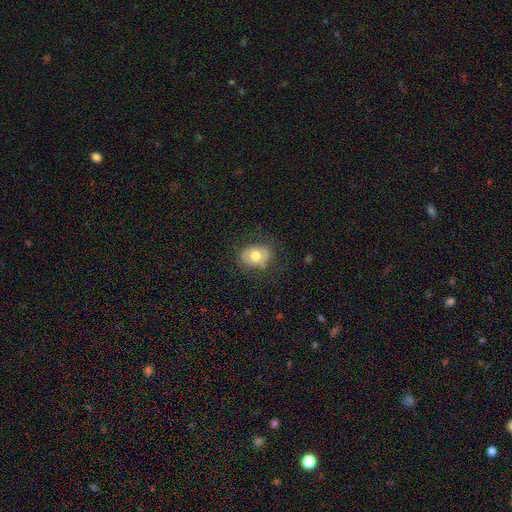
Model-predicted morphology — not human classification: Smooth or featured? Predicted: smooth (p=0.70). How rounded? Predicted: in between (p=0.65). Merging? Predicted: none (p=0.74).